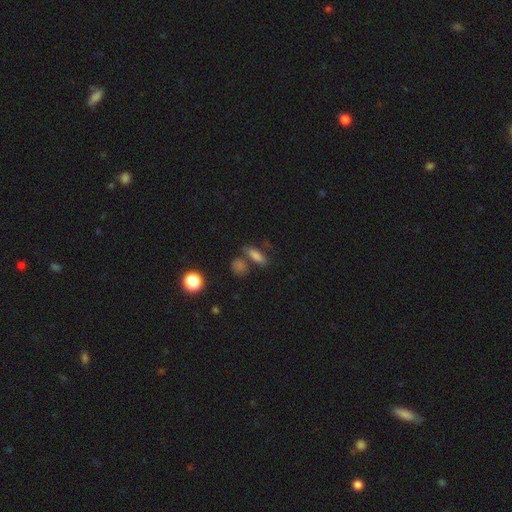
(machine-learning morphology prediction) Smooth or featured: smooth — 76% (featured or disk — 12%)
How rounded: in between — 50% (cigar-shaped — 41%)
Merging: none — 63% (merger — 17%)